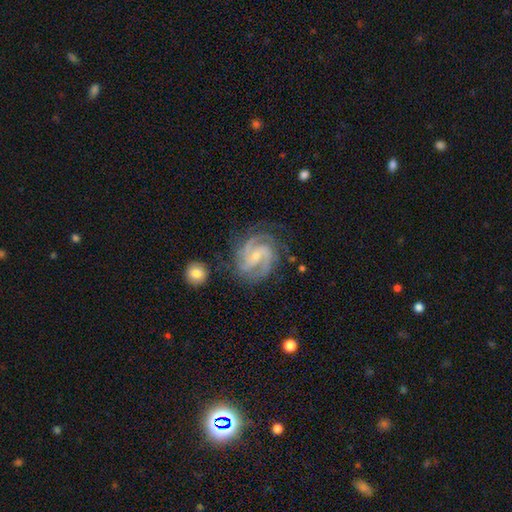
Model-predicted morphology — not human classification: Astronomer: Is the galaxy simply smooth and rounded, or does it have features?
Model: featured or disk — 92%.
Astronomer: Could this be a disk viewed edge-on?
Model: no — 98%.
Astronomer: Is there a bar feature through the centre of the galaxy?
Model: weak — 44% (runner-up: no, 38%).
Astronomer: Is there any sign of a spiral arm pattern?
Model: yes — 98%.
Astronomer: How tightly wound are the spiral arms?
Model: medium — 49% (runner-up: tight, 43%).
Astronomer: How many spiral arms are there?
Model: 2 — 39% (runner-up: 3, 38%).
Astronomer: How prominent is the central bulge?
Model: small — 74%.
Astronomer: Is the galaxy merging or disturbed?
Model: none — 74%.